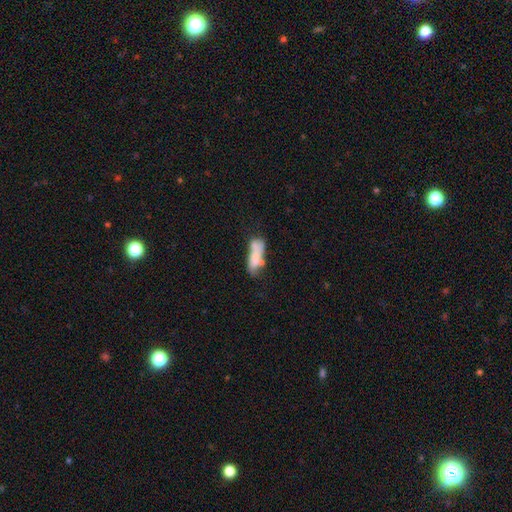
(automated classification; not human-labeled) Morphology: type=smooth (63%); roundness=in between (58%); merging=none (34%).